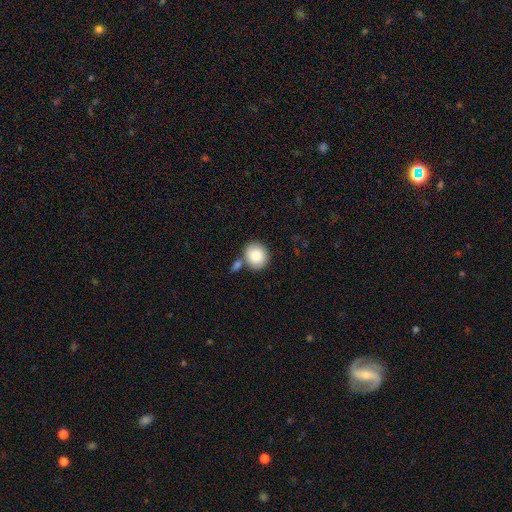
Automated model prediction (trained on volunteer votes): Smooth or featured? Predicted: smooth (p=0.84). How rounded? Predicted: round (p=0.80). Merging? Predicted: none (p=0.64).